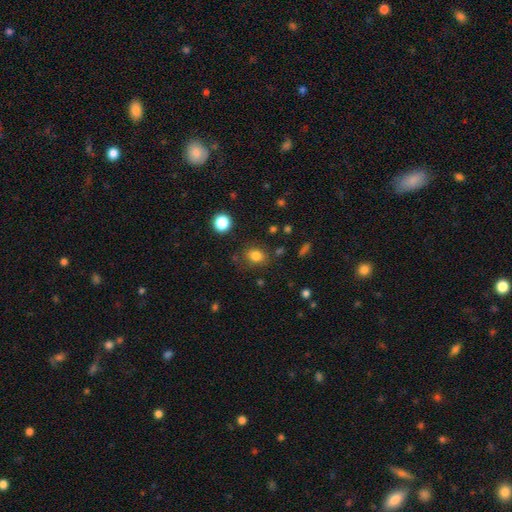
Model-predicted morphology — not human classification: This is clearly a smooth galaxy (82%). How rounded: possibly in between (50%). Merging: likely none (80%).